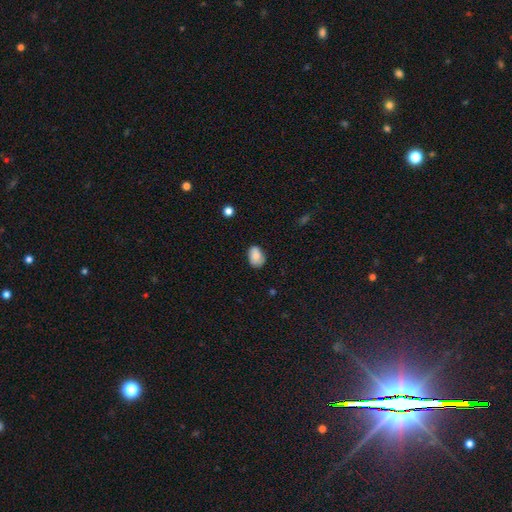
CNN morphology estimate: Smooth or featured?
  - smooth: 80% *
  - featured or disk: 12%
  - star or artifact: 8%
How rounded?
  - in between: 80% *
  - round: 19%
  - cigar-shaped: 1%
Merging?
  - none: 69% *
  - minor disturbance: 25%
  - major disturbance: 5%
  - merger: 2%